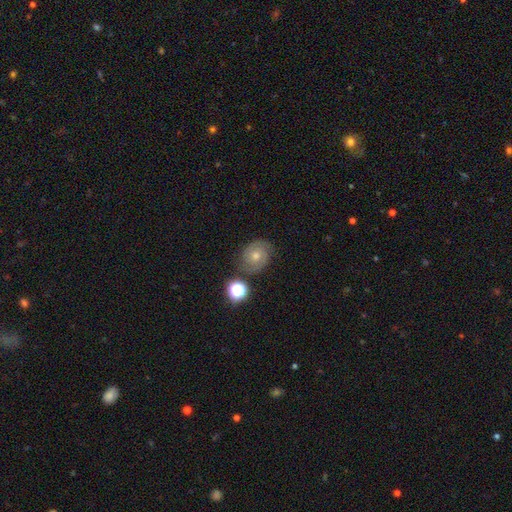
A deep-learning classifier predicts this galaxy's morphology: This is possibly a featured or disk galaxy (57%). It is clearly not viewed edge-on (97%). Bar: likely no (80%). Spiral arm pattern: clearly yes (86%). Central bulge: possibly moderate (56%). Merging: likely none (80%).